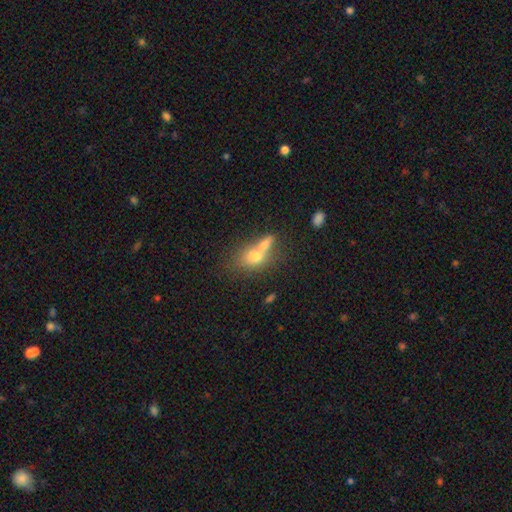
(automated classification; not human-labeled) smooth 69%, featured or disk 20%, star or artifact 11%. Down the decision tree: how rounded — in between (56%); merging — merger (56%).